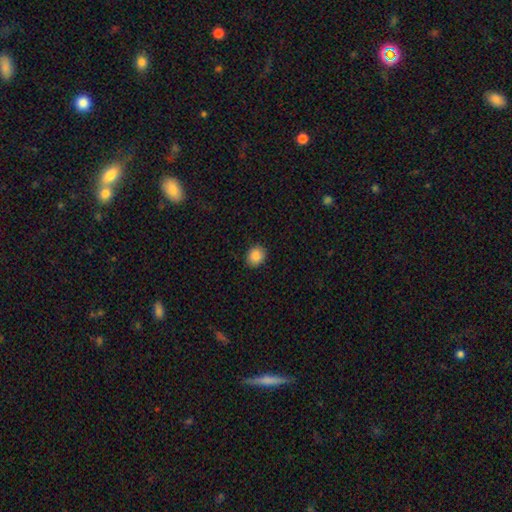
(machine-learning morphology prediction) Smooth or featured: smooth — 86% (star or artifact — 9%)
How rounded: round — 62% (in between — 37%)
Merging: none — 89% (minor disturbance — 8%)